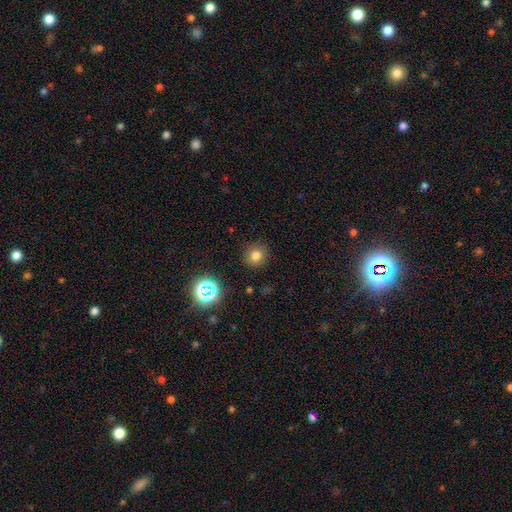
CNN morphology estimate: Smooth or featured? Predicted: smooth (p=0.75). How rounded? Predicted: round (p=0.81). Merging? Predicted: none (p=0.87).